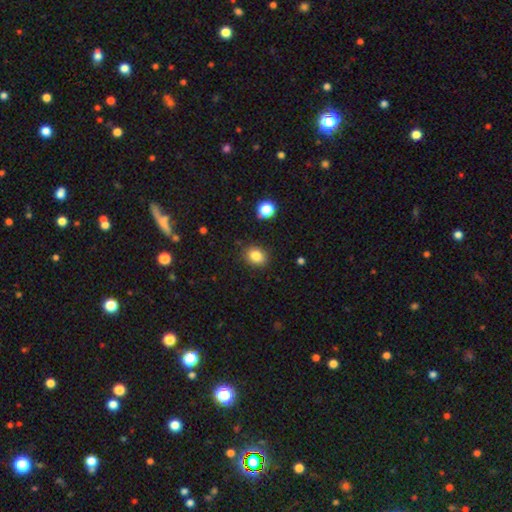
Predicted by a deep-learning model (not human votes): This is clearly a smooth galaxy (83%). How rounded: possibly round (50%). Merging: clearly none (86%).